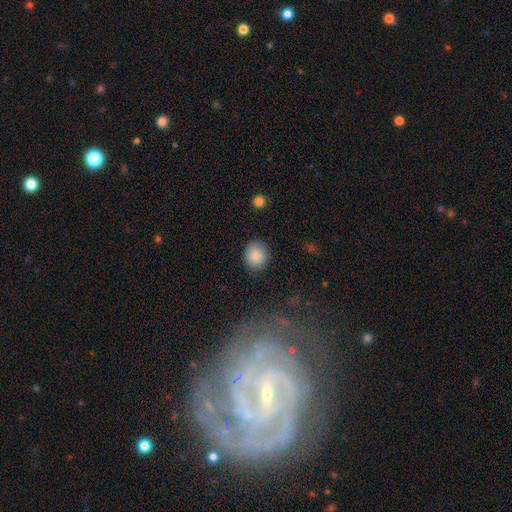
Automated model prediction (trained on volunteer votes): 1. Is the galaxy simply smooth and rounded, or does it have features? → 87% smooth, 8% star or artifact, 5% featured or disk.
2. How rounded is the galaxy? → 76% round, 23% in between, 1% cigar-shaped.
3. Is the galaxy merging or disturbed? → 87% none, 9% minor disturbance, 3% major disturbance, 1% merger.